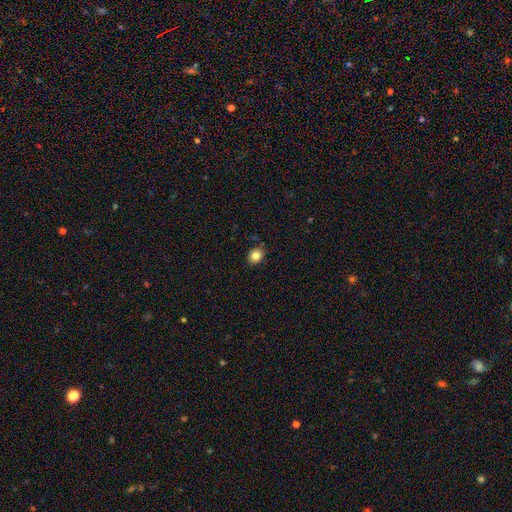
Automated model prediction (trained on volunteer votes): smooth-or-featured: smooth: 84% | star or artifact: 11% | featured or disk: 6%
  how-rounded: round: 66% | in between: 33% | cigar-shaped: 1%
  merging: none: 87% | minor disturbance: 10% | major disturbance: 2% | merger: 1%